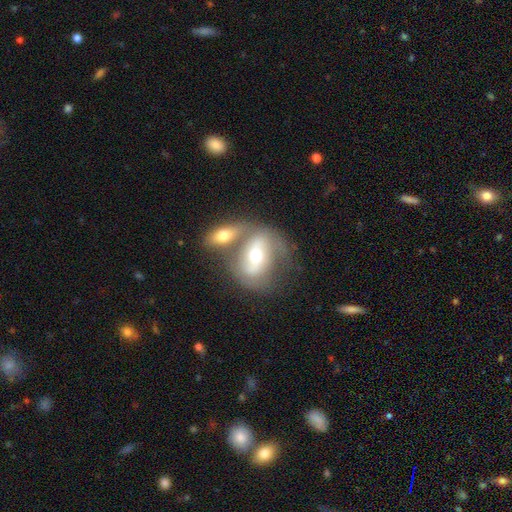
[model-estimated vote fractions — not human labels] Q: Smooth or featured?
A: featured or disk (57%); runner-up: smooth (31%)
Q: Edge-on disk?
A: no (79%); runner-up: yes (21%)
Q: Merging?
A: none (48%); runner-up: merger (33%)